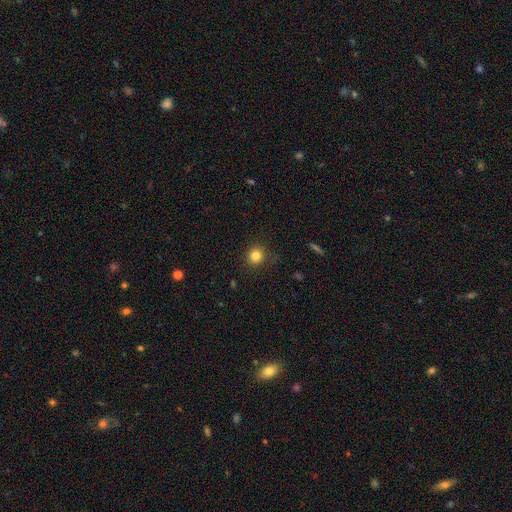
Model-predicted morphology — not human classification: smooth_or_featured: smooth (p=0.83) [alt: star or artifact p=0.12]
how_rounded: round (p=0.89) [alt: in between p=0.10]
merging: none (p=0.86) [alt: minor disturbance p=0.10]